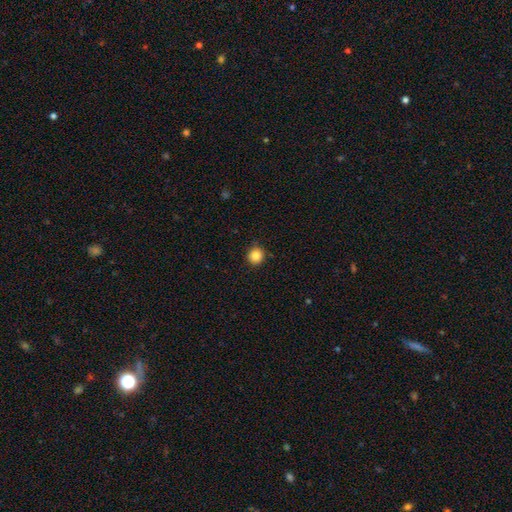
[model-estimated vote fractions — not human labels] Overall: smooth (86%). How rounded: round (91%). Merging: none (87%).